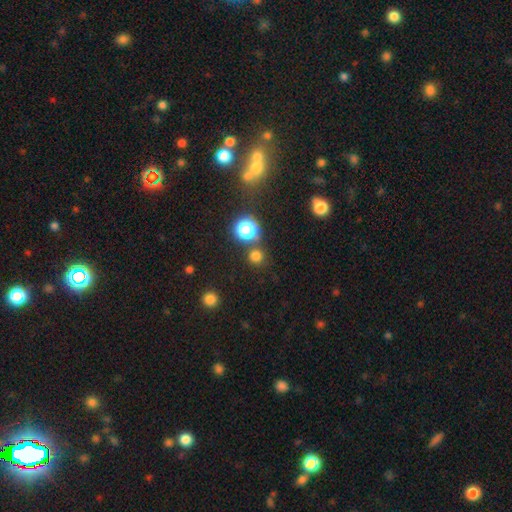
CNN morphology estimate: Smooth or featured? smooth (72%)
How rounded? round (91%)
Merging? none (74%)